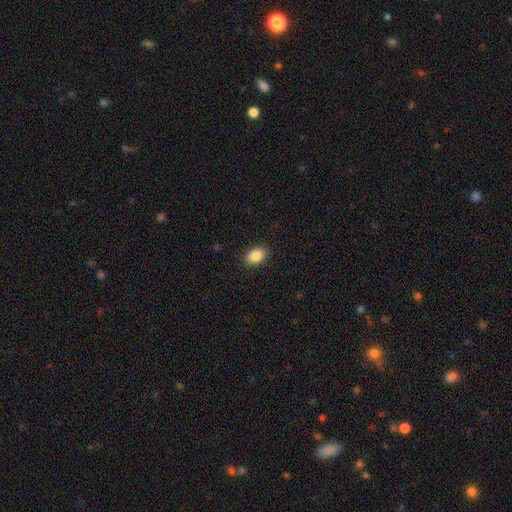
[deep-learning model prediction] Smooth or featured?
  - smooth: 88% *
  - star or artifact: 7%
  - featured or disk: 4%
How rounded?
  - in between: 87% *
  - round: 12%
  - cigar-shaped: 1%
Merging?
  - none: 89% *
  - minor disturbance: 8%
  - major disturbance: 2%
  - merger: 1%